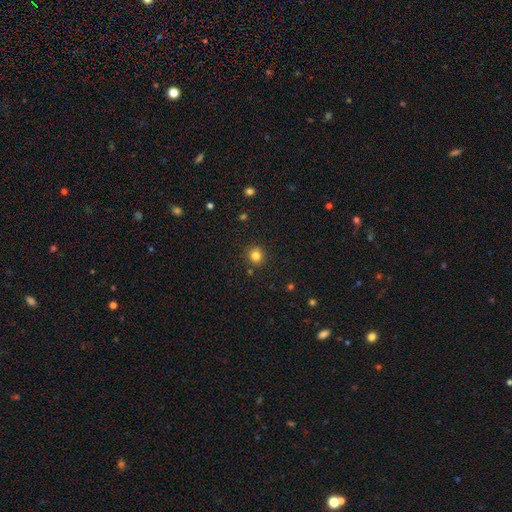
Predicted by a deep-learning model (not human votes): Smooth or featured?
  - smooth: 81% *
  - star or artifact: 13%
  - featured or disk: 6%
How rounded?
  - round: 91% *
  - in between: 8%
  - cigar-shaped: 1%
Merging?
  - none: 88% *
  - minor disturbance: 7%
  - merger: 3%
  - major disturbance: 2%